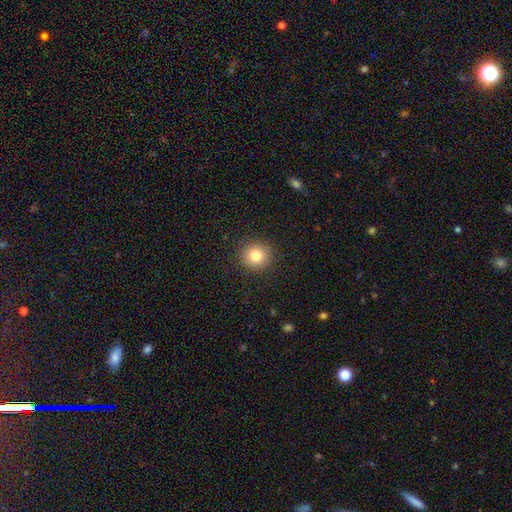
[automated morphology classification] This is clearly a smooth galaxy (81%). How rounded: clearly round (93%). Merging: clearly none (91%).